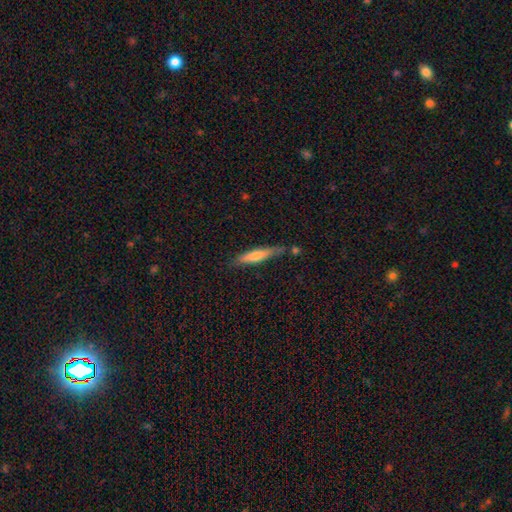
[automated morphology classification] Q: Smooth or featured?
A: smooth (59%); runner-up: featured or disk (35%)
Q: How rounded?
A: cigar-shaped (89%); runner-up: in between (9%)
Q: Merging?
A: none (73%); runner-up: minor disturbance (18%)